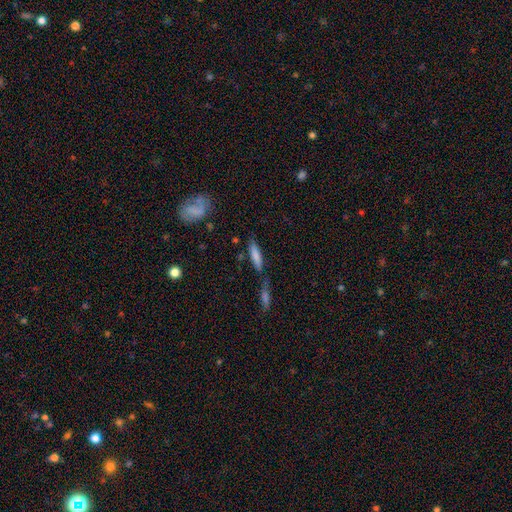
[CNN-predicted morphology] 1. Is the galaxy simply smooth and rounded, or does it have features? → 77% smooth, 16% featured or disk, 7% star or artifact.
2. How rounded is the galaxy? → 73% cigar-shaped, 25% in between, 2% round.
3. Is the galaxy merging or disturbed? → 61% none, 20% merger, 15% minor disturbance, 5% major disturbance.